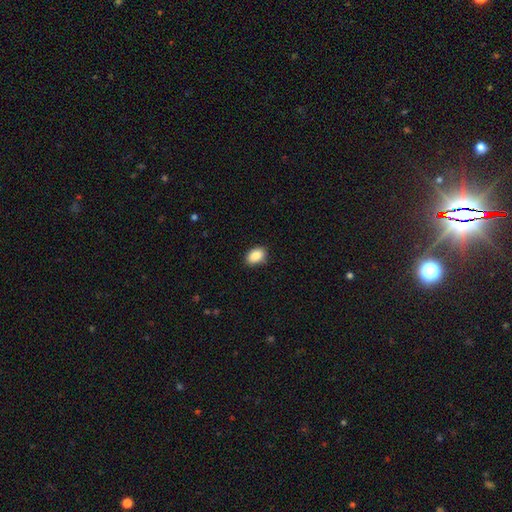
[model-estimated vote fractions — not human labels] Overall: smooth (89%). How rounded: in between (85%). Merging: none (86%).